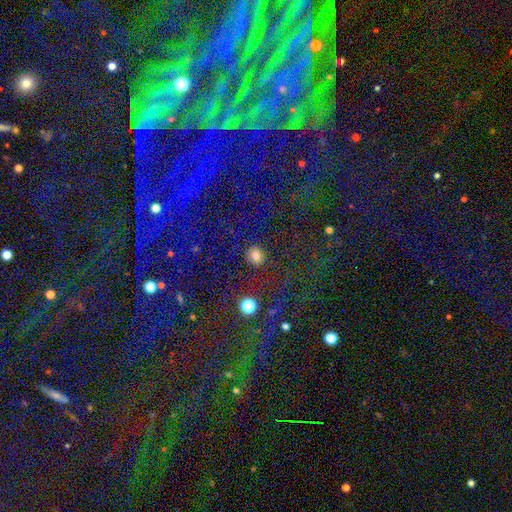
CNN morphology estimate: A smooth galaxy with no disk features (76%) that is round (69%). Merging: none (84%).